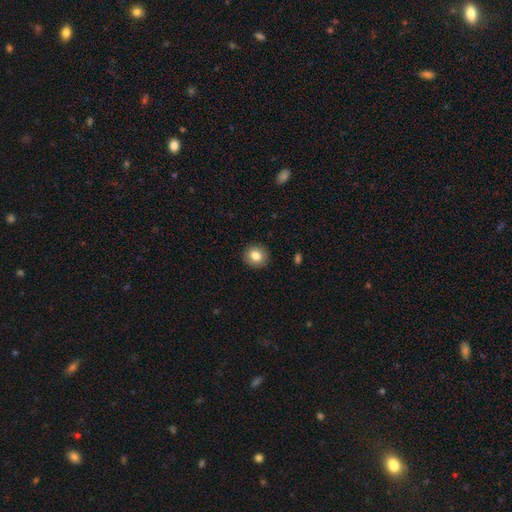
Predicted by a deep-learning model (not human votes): Smooth or featured?
  - smooth: 82% *
  - featured or disk: 9%
  - star or artifact: 9%
How rounded?
  - round: 84% *
  - in between: 15%
  - cigar-shaped: 1%
Merging?
  - none: 91% *
  - minor disturbance: 6%
  - major disturbance: 2%
  - merger: 1%